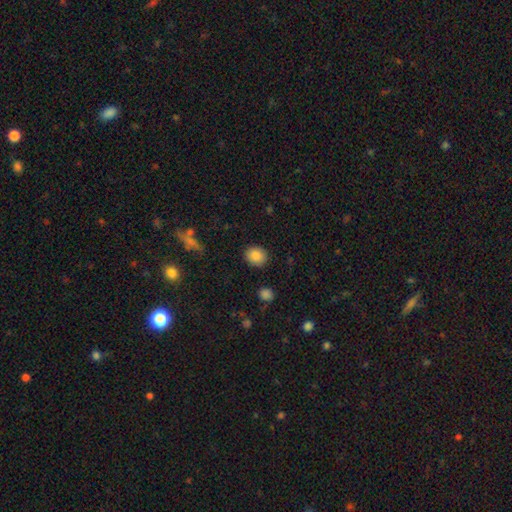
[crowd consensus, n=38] This is clearly a smooth galaxy (89%). How rounded: likely round (71%). Merging: clearly none (89%).